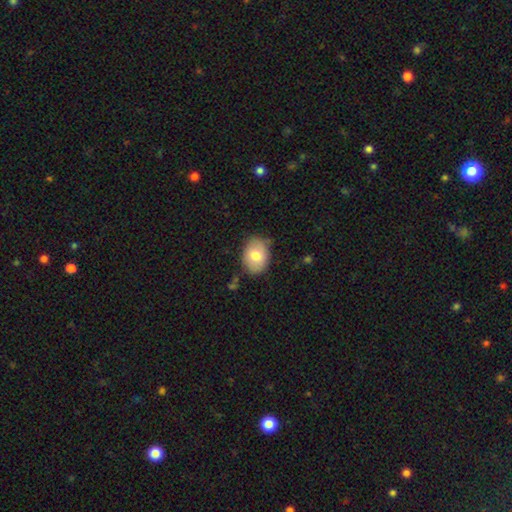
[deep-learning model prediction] Q: Smooth or featured?
A: smooth (76%); runner-up: featured or disk (17%)
Q: How rounded?
A: in between (71%); runner-up: round (28%)
Q: Merging?
A: none (74%); runner-up: minor disturbance (20%)